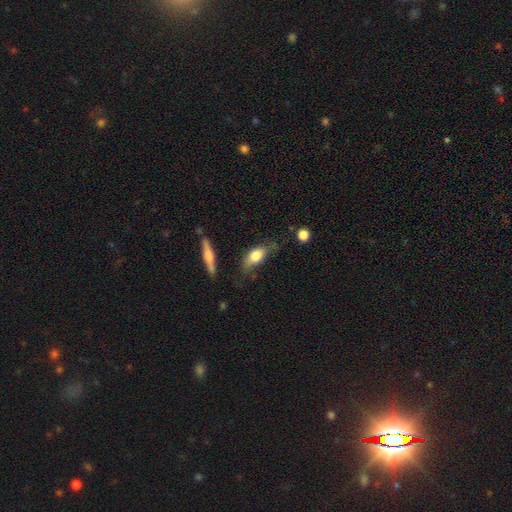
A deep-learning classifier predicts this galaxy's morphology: This appears to be a smooth galaxy with no disk features (73%) that is in between round and cigar-shaped (80%). Merging: none (49%).